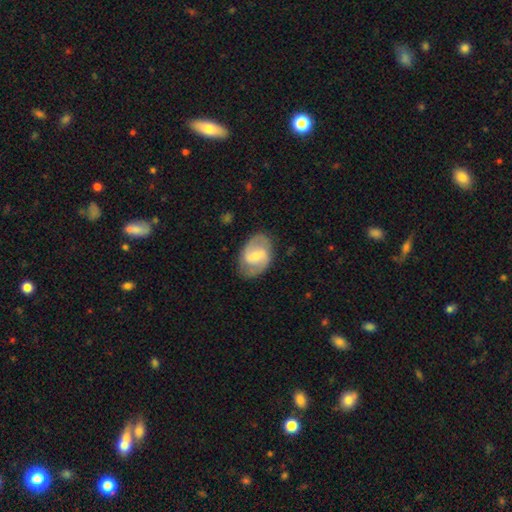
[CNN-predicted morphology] Q: Smooth or featured?
A: featured or disk (76%); runner-up: smooth (20%)
Q: Edge-on disk?
A: no (97%); runner-up: yes (3%)
Q: Bar?
A: weak (53%); runner-up: strong (31%)
Q: Spiral arms?
A: yes (89%); runner-up: no (11%)
Q: Spiral winding?
A: medium (51%); runner-up: tight (25%)
Q: Spiral arm count?
A: 2 (88%); runner-up: can't tell (7%)
Q: Bulge size?
A: small (54%); runner-up: moderate (38%)
Q: Merging?
A: none (80%); runner-up: minor disturbance (14%)